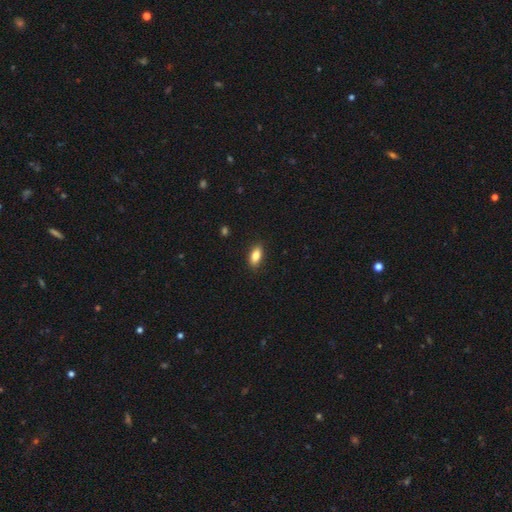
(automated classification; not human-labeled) A smooth galaxy with no disk features (84%) that is in between round and cigar-shaped (85%). Merging: none (88%).